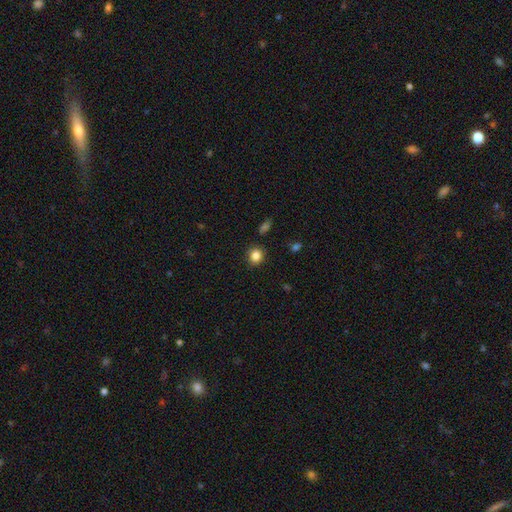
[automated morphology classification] smooth 84%, star or artifact 11%, featured or disk 5%. Down the decision tree: how rounded — round (76%); merging — none (87%).